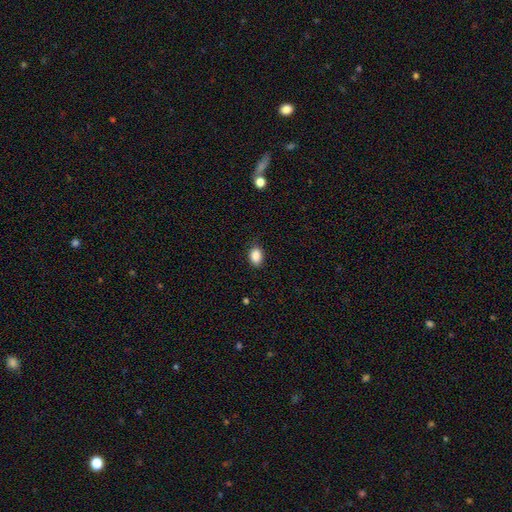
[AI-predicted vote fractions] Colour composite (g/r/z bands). It shows a smooth galaxy with no disk features (88%) that is in between round and cigar-shaped (80%). Merging: none (83%).